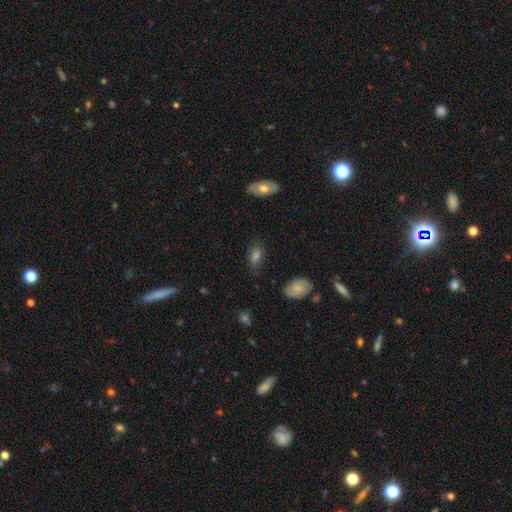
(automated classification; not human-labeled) Smooth or featured? smooth (71%)
How rounded? in between (87%)
Merging? none (73%)